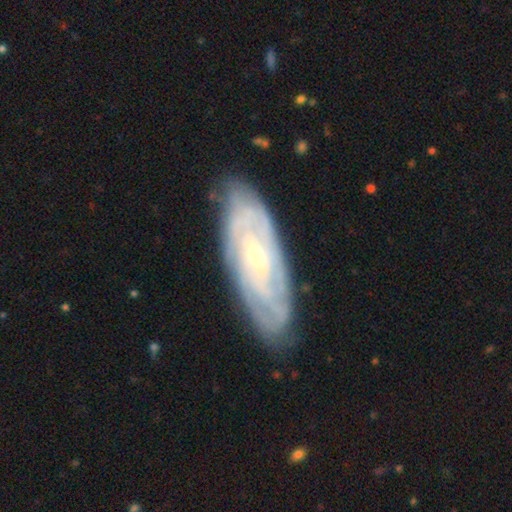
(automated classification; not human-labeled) Overall: featured or disk (85%). Edge-on disk: no (88%). Bar: no (44%; weak 39%). Spiral arms: yes (94%). Spiral arm count: can't tell (42%; 2 16%). Spiral winding: tight (76%). Bulge size: small (69%). Merging: none (82%).